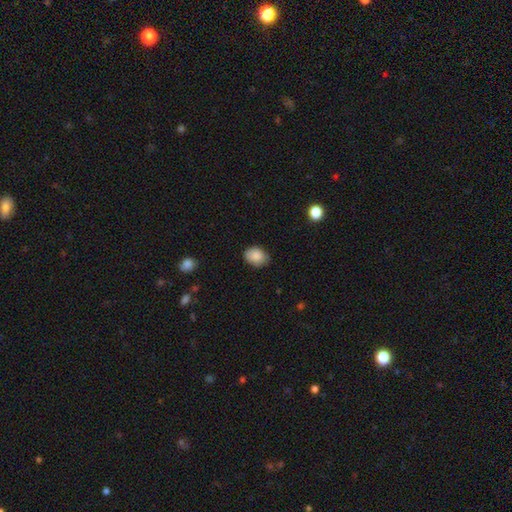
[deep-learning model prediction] The model was most divided on "how rounded": in between: 65%, round: 34%, cigar-shaped: 1%. More confident: smooth or featured — smooth (86%); merging — none (76%).